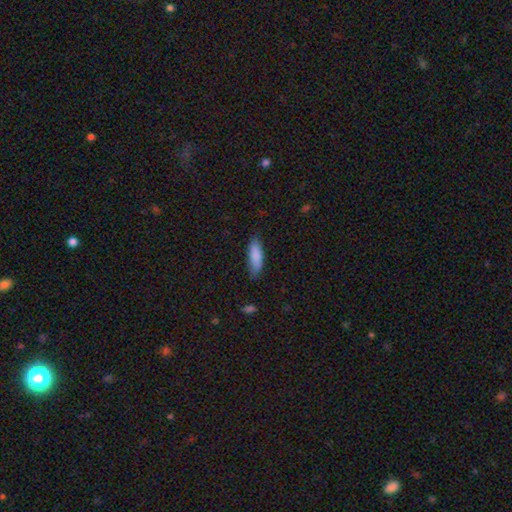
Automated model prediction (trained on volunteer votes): A smooth galaxy with no disk features (86%) that is in between round and cigar-shaped (54%).

Vote fractions:
- Smooth or featured? smooth: 86% / featured or disk: 8% / star or artifact: 6%
- How rounded? in between: 54% / cigar-shaped: 45% / round: 2%
- Merging? none: 76% / minor disturbance: 19% / major disturbance: 3% / merger: 1%